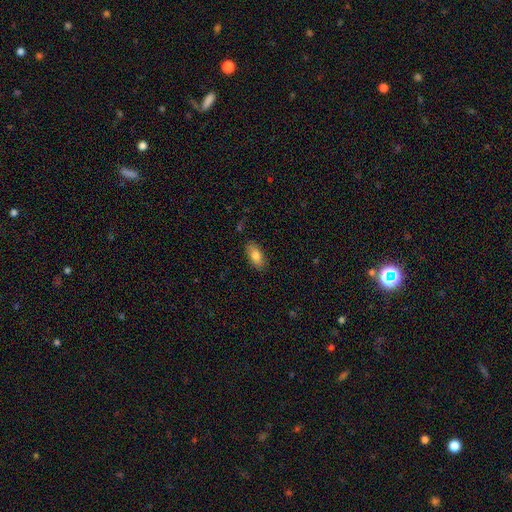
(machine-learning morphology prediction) A smooth galaxy with no disk features (82%) that is in between round and cigar-shaped (90%).

Vote fractions:
- Smooth or featured? smooth: 82% / featured or disk: 11% / star or artifact: 7%
- How rounded? in between: 90% / cigar-shaped: 7% / round: 3%
- Merging? none: 86% / minor disturbance: 11% / major disturbance: 2% / merger: 1%